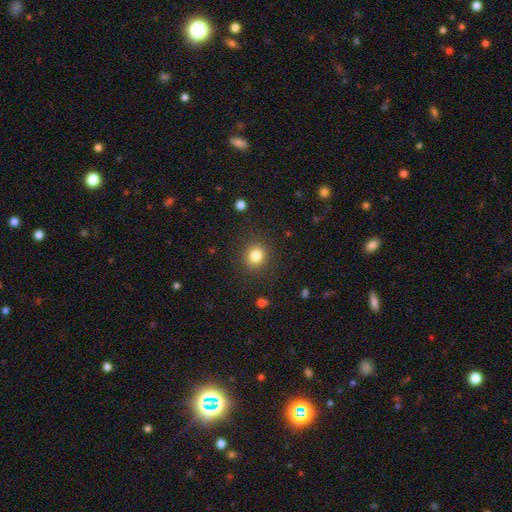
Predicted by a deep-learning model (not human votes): A smooth galaxy with no disk features (82%) that is round (83%). Merging: none (88%).